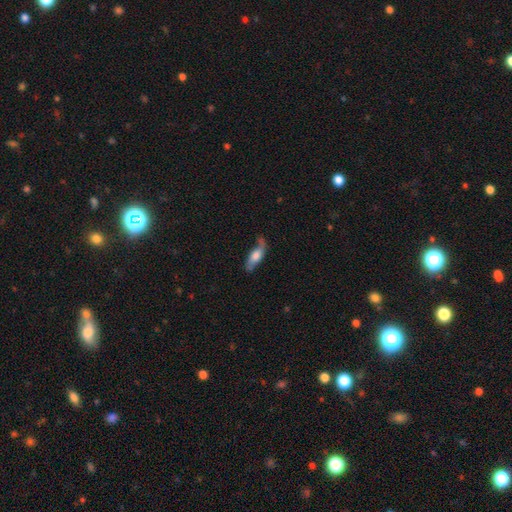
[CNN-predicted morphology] This appears to be a featured or disk galaxy (53%). Merging: none (62%).